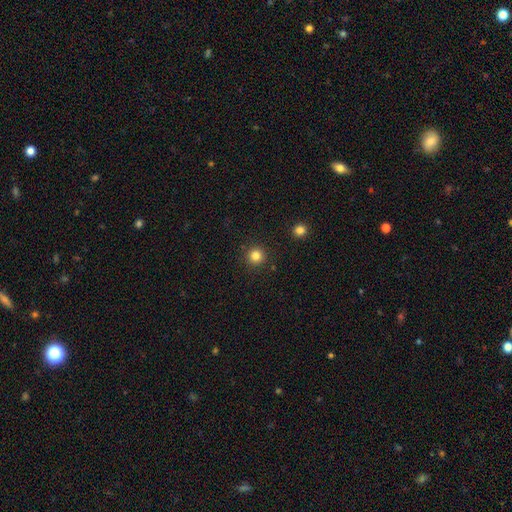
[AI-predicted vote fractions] smooth-or-featured: smooth: 82% | star or artifact: 13% | featured or disk: 5%
  how-rounded: round: 96% | in between: 3% | cigar-shaped: 1%
  merging: none: 91% | minor disturbance: 5% | major disturbance: 2% | merger: 2%